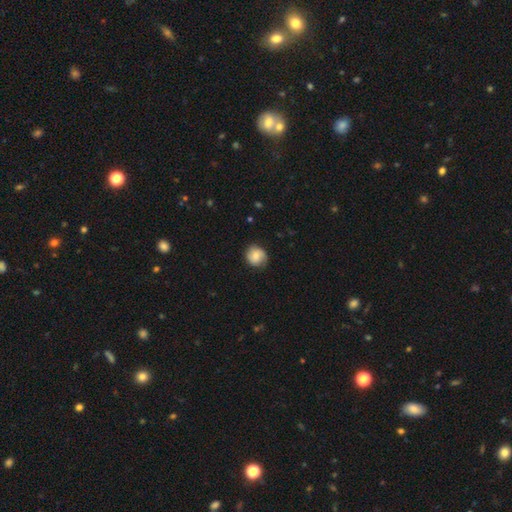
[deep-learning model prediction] smooth_or_featured: smooth (p=0.64) [alt: featured or disk p=0.28]
how_rounded: round (p=0.83) [alt: in between p=0.16]
merging: none (p=0.79) [alt: minor disturbance p=0.16]